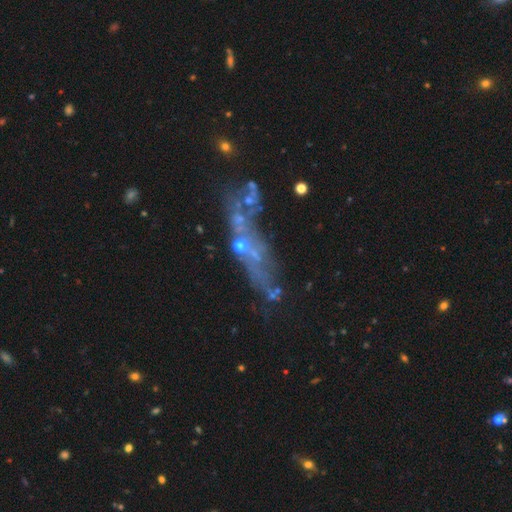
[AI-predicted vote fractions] Smooth or featured?
  - featured or disk: 52% *
  - star or artifact: 25%
  - smooth: 23%
Edge-on disk?
  - no: 70% *
  - yes: 30%
Merging?
  - none: 47% *
  - major disturbance: 19%
  - merger: 18%
  - minor disturbance: 16%